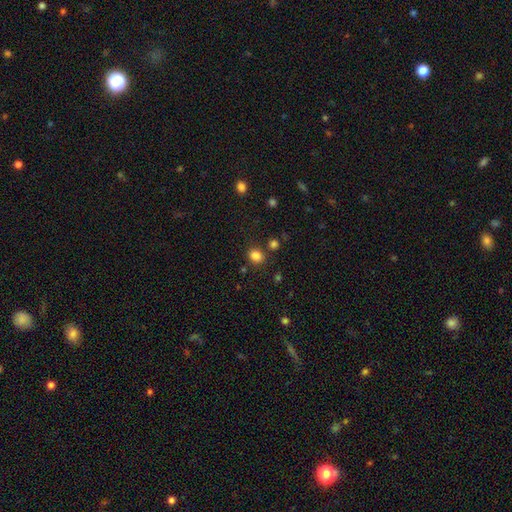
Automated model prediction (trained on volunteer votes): This is clearly a smooth galaxy (83%). How rounded: possibly round (58%). Merging: likely none (77%).